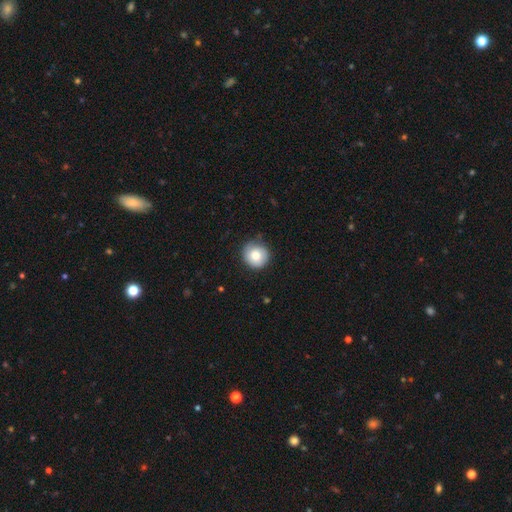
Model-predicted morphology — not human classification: A smooth galaxy with no disk features (80%) that is round (93%).

Vote fractions:
- Smooth or featured? smooth: 80% / featured or disk: 12% / star or artifact: 8%
- How rounded? round: 93% / in between: 6% / cigar-shaped: 1%
- Merging? none: 77% / minor disturbance: 18% / major disturbance: 4% / merger: 1%